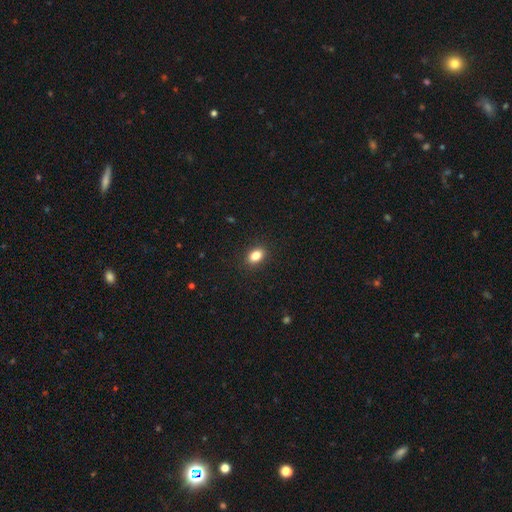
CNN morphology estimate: A smooth galaxy with no disk features (85%) that is in between round and cigar-shaped (82%). Merging: none (89%).